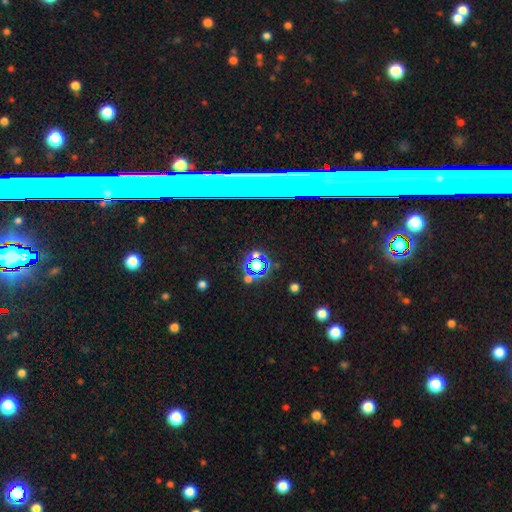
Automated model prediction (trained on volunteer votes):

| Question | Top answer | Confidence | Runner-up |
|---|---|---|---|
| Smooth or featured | star or artifact | 57% | featured or disk (22%) |